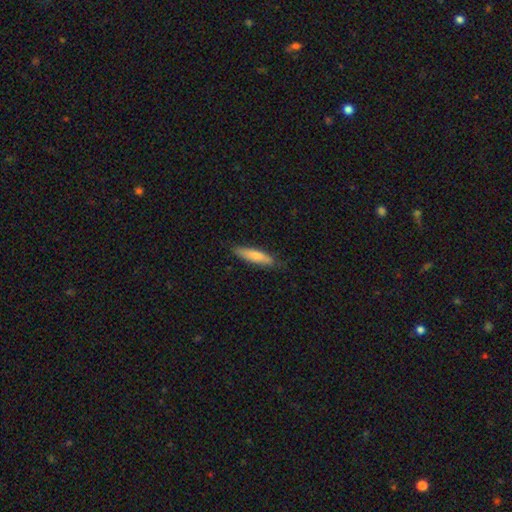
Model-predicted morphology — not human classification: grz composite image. It shows a smooth galaxy with no disk features (76%) that is cigar-shaped (77%). Merging: none (81%).